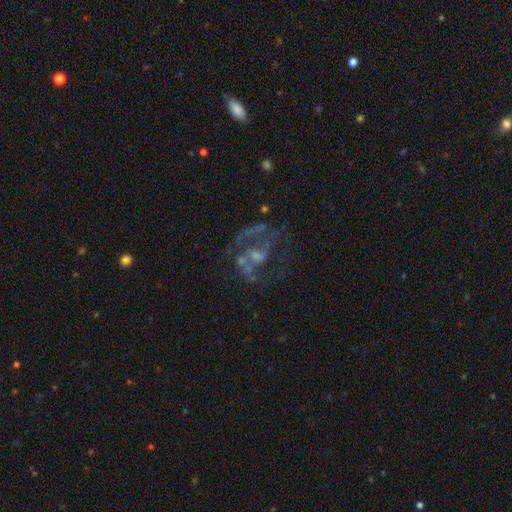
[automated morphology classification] This appears to be a featured or disk galaxy (74%) with no bar (49%), 2 (58%) medium (47%) spiral arms (71%) and a small central bulge (47%). Merging: none (51%).